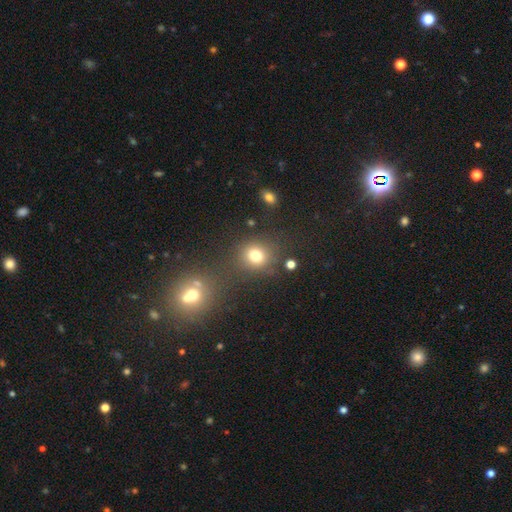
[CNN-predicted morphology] smooth 76%, star or artifact 16%, featured or disk 8%. Down the decision tree: how rounded — round (78%); merging — none (72%).